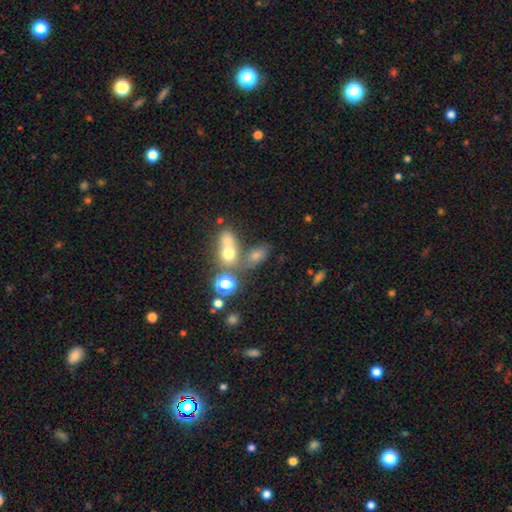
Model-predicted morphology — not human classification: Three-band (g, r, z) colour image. It shows a smooth galaxy with no disk features (66%) that is in between round and cigar-shaped (72%). Merging: none (41%).